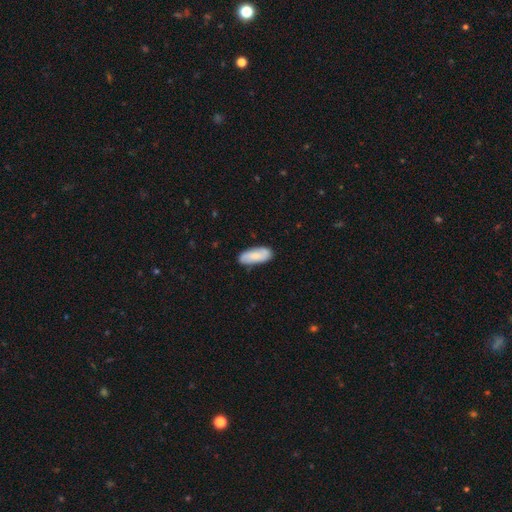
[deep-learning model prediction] Smooth or featured: smooth — 70% (featured or disk — 24%)
How rounded: in between — 78% (cigar-shaped — 20%)
Merging: none — 81% (minor disturbance — 14%)